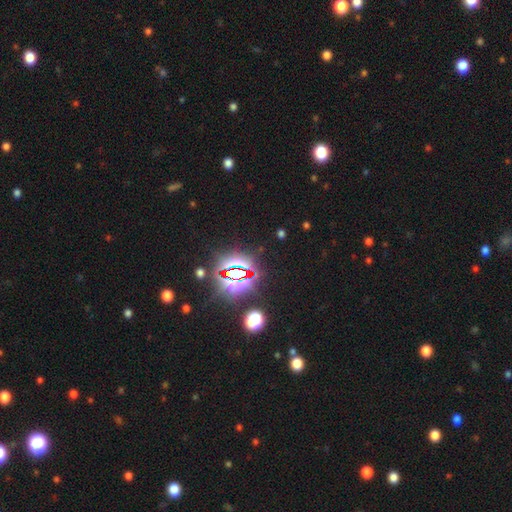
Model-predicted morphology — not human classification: smooth_or_featured: star or artifact (p=0.84) [alt: smooth p=0.09]